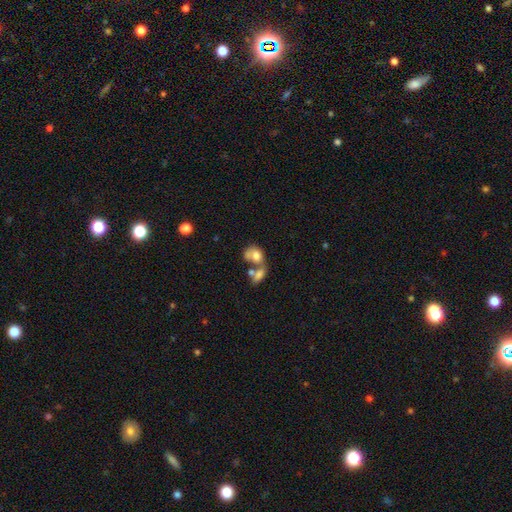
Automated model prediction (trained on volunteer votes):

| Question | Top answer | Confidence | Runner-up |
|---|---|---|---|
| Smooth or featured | smooth | 67% | featured or disk (24%) |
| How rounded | in between | 64% | round (35%) |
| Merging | merger | 60% | none (19%) |